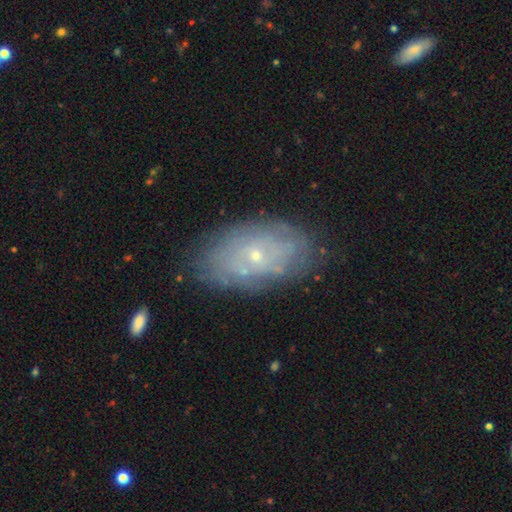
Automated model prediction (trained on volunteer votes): Morphology: type=featured or disk (64%); edge-on=no (93%); bar=no (84%); spiral arms=yes (61%); bulge=small (80%); merging=none (76%).